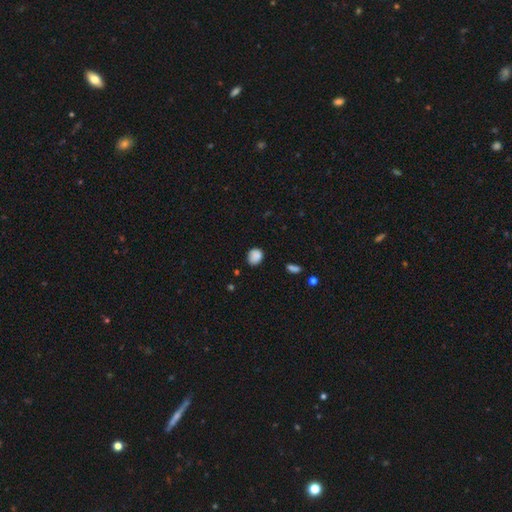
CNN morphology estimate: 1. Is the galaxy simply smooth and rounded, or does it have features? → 85% smooth, 9% star or artifact, 6% featured or disk.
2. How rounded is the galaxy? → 59% round, 40% in between, 1% cigar-shaped.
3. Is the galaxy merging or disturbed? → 70% none, 23% minor disturbance, 4% major disturbance, 2% merger.